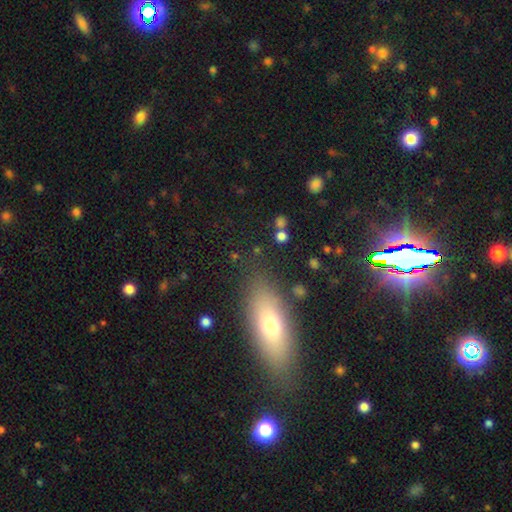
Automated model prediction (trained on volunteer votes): Morphology: type=smooth (55%); roundness=in between (55%); merging=none (83%).